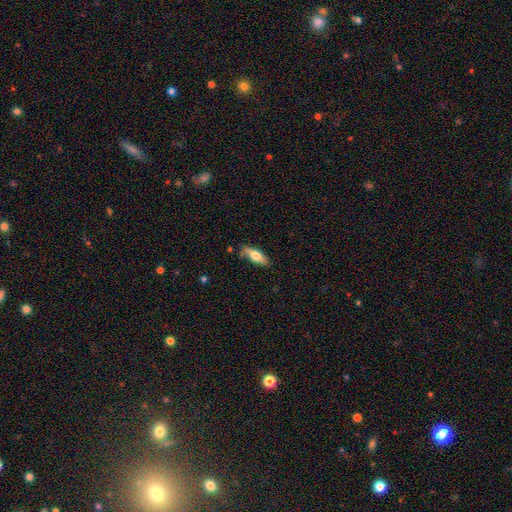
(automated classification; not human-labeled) Overall: smooth (66%; featured or disk 28%). How rounded: in between (60%; cigar-shaped 38%). Merging: none (77%).